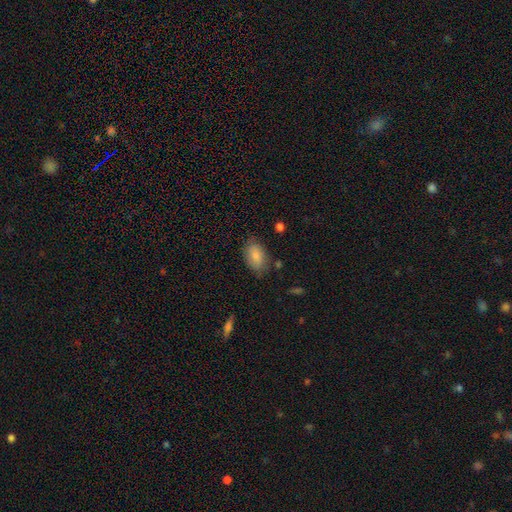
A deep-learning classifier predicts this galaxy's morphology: type=smooth (81%); roundness=in between (91%); merging=none (74%).